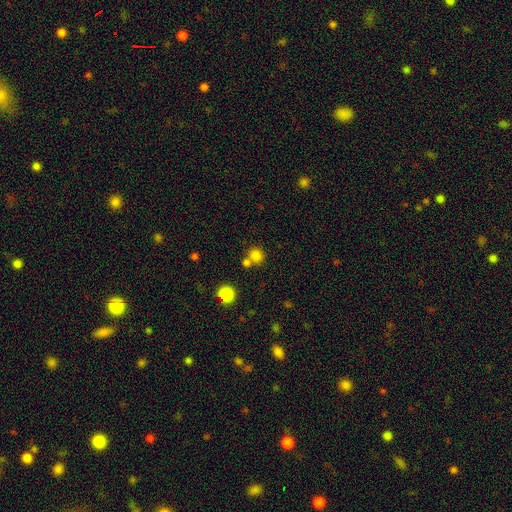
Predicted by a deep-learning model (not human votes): Morphology: type=smooth (80%); roundness=round (88%); merging=none (62%).